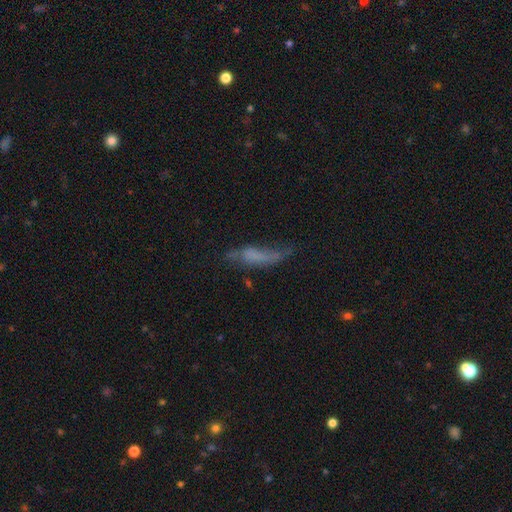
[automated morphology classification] Overall: smooth (50%; featured or disk 38%). Merging: none (38%; minor disturbance 29%).